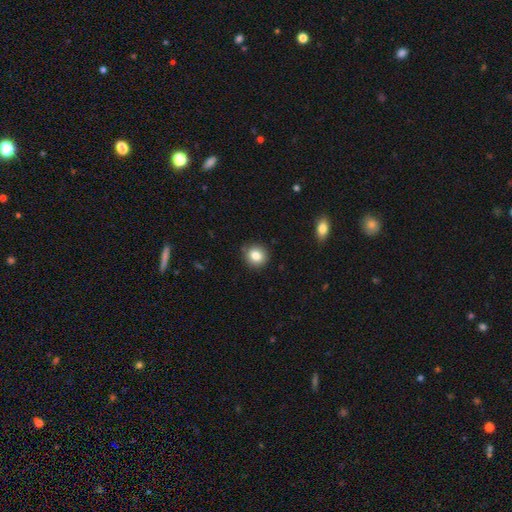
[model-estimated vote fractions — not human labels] A smooth galaxy with no disk features (83%) that is round (89%).

Vote fractions:
- Smooth or featured? smooth: 83% / star or artifact: 10% / featured or disk: 7%
- How rounded? round: 89% / in between: 10% / cigar-shaped: 1%
- Merging? none: 86% / minor disturbance: 10% / major disturbance: 2% / merger: 2%